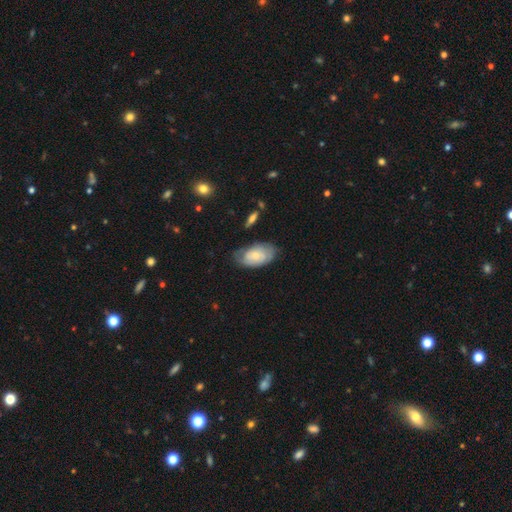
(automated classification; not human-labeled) A featured or disk galaxy (48%). Merging: none (63%).